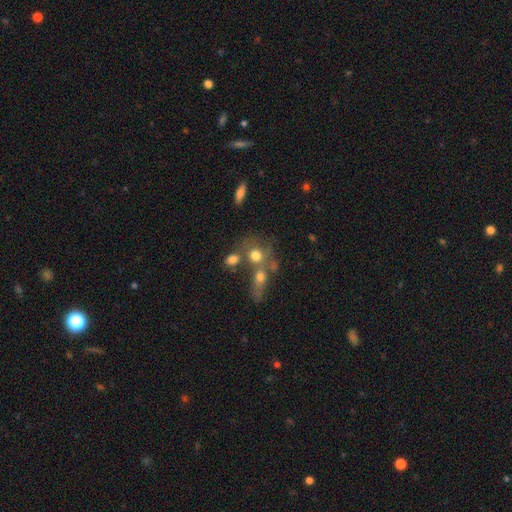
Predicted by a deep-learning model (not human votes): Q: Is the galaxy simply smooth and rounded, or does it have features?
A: smooth — 67%.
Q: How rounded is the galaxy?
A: round — 68%.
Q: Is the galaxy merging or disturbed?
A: merger — 47%.